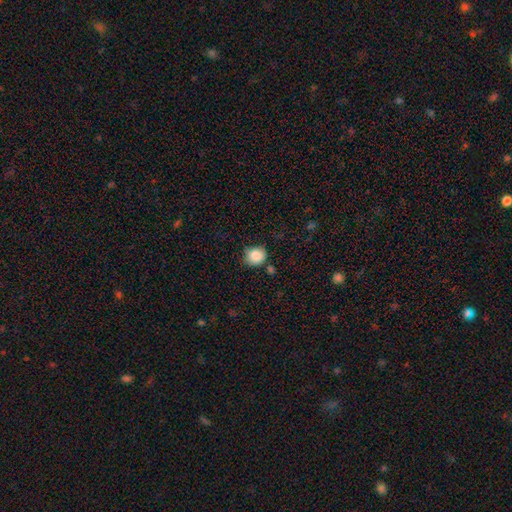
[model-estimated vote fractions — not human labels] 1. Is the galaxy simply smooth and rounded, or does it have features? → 85% smooth, 9% star or artifact, 6% featured or disk.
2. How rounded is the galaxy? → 77% round, 22% in between, 1% cigar-shaped.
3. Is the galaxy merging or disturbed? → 67% none, 24% minor disturbance, 5% merger, 5% major disturbance.